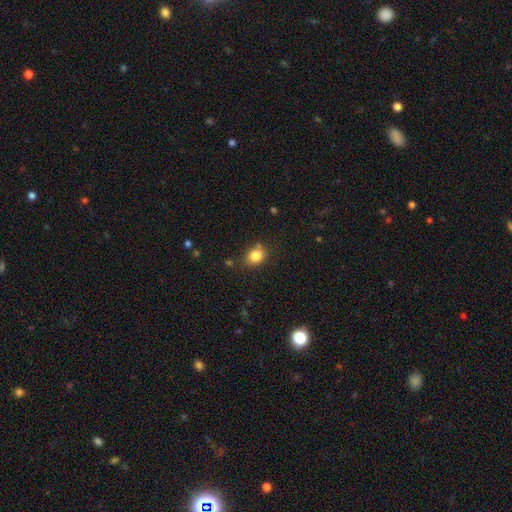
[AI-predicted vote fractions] Q: Smooth or featured?
A: smooth (82%); runner-up: star or artifact (11%)
Q: How rounded?
A: in between (53%); runner-up: round (46%)
Q: Merging?
A: none (73%); runner-up: minor disturbance (18%)